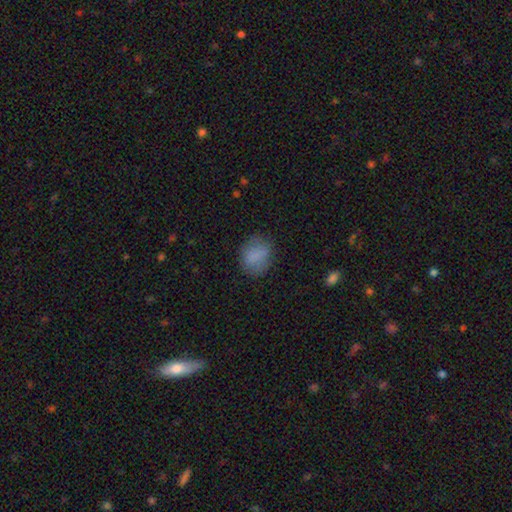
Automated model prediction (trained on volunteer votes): Smooth or featured: smooth — 82% (featured or disk — 9%)
How rounded: round — 50% (in between — 49%)
Merging: none — 76% (minor disturbance — 17%)